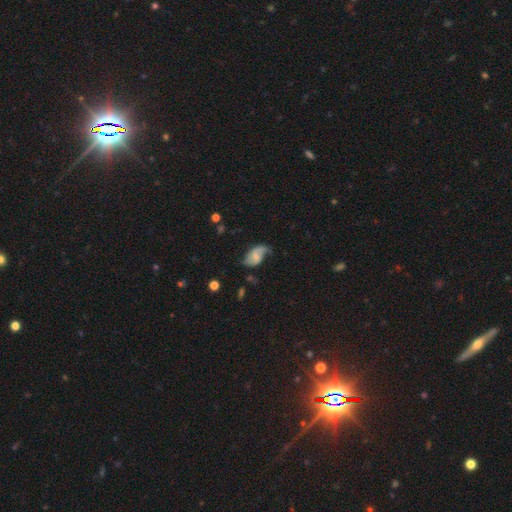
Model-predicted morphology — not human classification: Smooth or featured? featured or disk (56%)
Edge-on disk? no (95%)
Bar? no (51%)
Spiral arms? yes (85%)
Bulge size? small (51%)
Merging? none (48%)